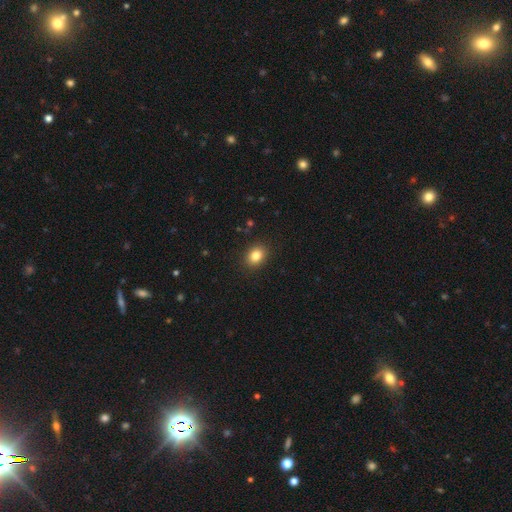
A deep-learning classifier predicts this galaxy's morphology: This appears to be a smooth galaxy with no disk features (83%) that is in between round and cigar-shaped (58%). Merging: none (89%).